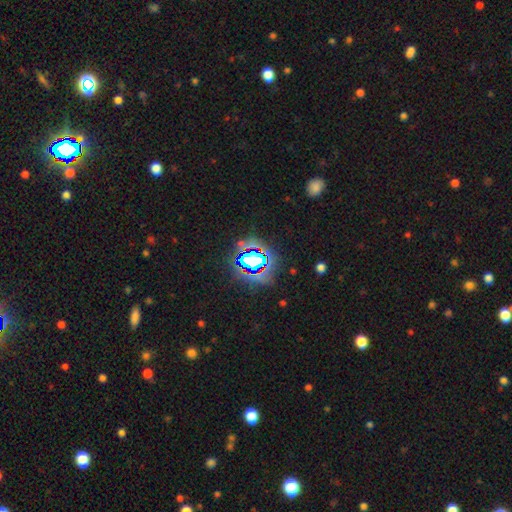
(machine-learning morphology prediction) Overall: star or artifact (67%).